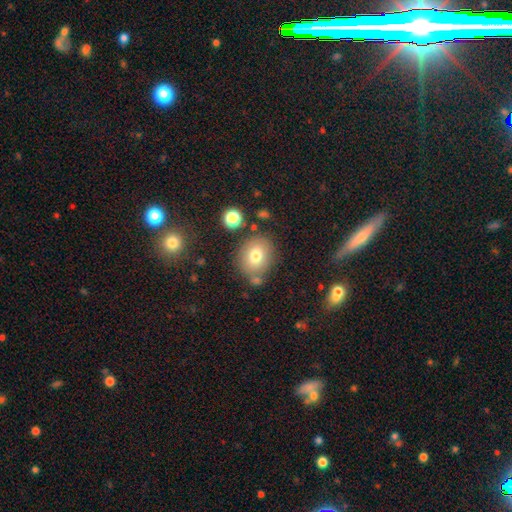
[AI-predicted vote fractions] This appears to be a smooth galaxy with no disk features (75%) that is round (68%). Merging: none (73%).